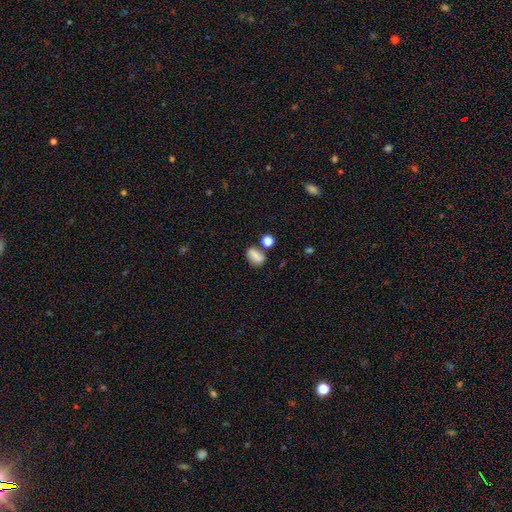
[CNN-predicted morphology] smooth 71%, featured or disk 16%, star or artifact 12%. Down the decision tree: how rounded — in between (66%); merging — none (60%).